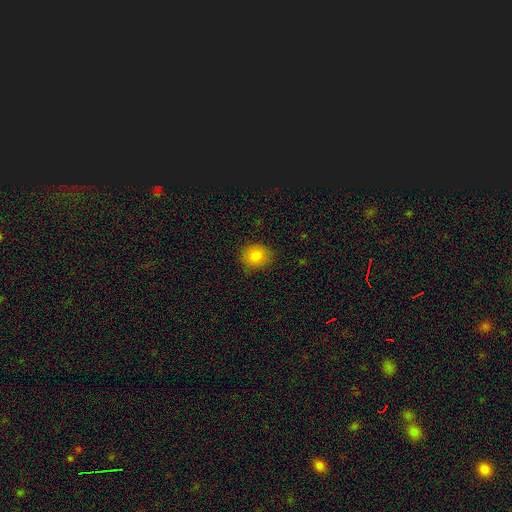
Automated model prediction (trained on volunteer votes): Smooth or featured? Predicted: smooth (p=0.82). How rounded? Predicted: round (p=0.76). Merging? Predicted: none (p=0.83).